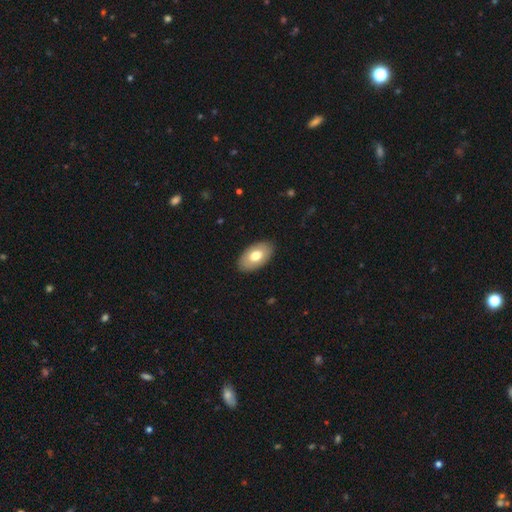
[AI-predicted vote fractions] smooth 71%, featured or disk 23%, star or artifact 6%. Down the decision tree: how rounded — in between (95%); merging — none (88%).